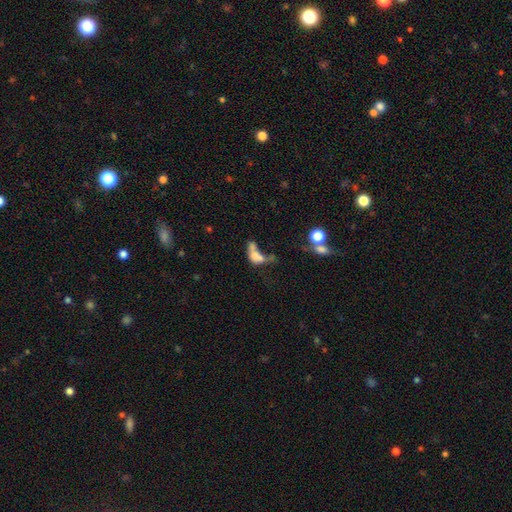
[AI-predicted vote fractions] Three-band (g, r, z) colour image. It shows a smooth galaxy with no disk features (55%) that is in between round and cigar-shaped (73%). Merging: merger (51%).